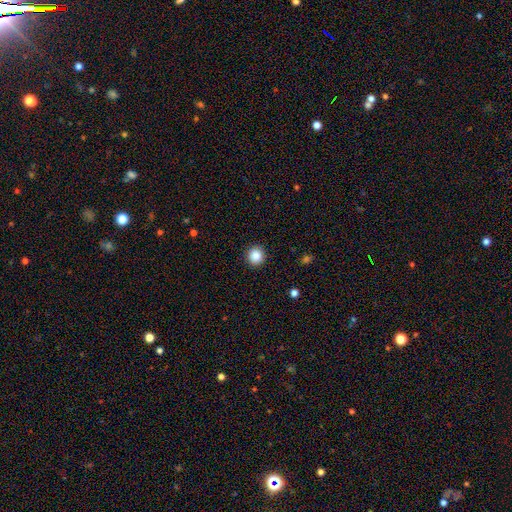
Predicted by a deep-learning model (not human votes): Smooth or featured?
  - smooth: 87% *
  - star or artifact: 10%
  - featured or disk: 3%
How rounded?
  - round: 92% *
  - in between: 7%
  - cigar-shaped: 1%
Merging?
  - none: 92% *
  - minor disturbance: 5%
  - major disturbance: 2%
  - merger: 1%